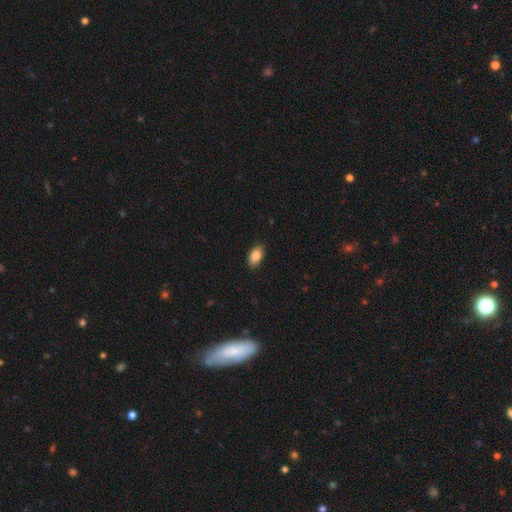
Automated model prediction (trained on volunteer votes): A smooth galaxy with no disk features (87%) that is in between round and cigar-shaped (92%).

Vote fractions:
- Smooth or featured? smooth: 87% / star or artifact: 7% / featured or disk: 5%
- How rounded? in between: 92% / round: 5% / cigar-shaped: 2%
- Merging? none: 86% / minor disturbance: 11% / major disturbance: 2% / merger: 1%